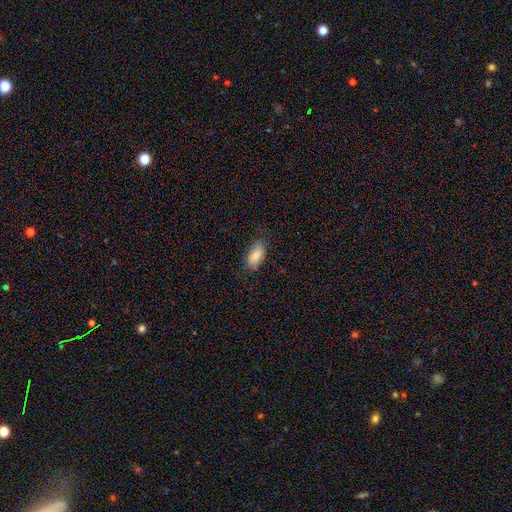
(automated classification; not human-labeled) smooth-or-featured: smooth: 83% | featured or disk: 10% | star or artifact: 7%
  how-rounded: in between: 92% | cigar-shaped: 5% | round: 3%
  merging: none: 72% | minor disturbance: 21% | major disturbance: 6% | merger: 1%